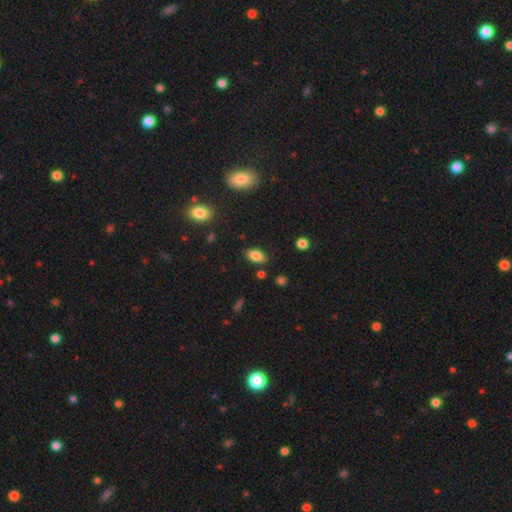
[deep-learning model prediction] This is clearly a smooth galaxy (84%). How rounded: clearly in between (91%). Merging: clearly none (84%).